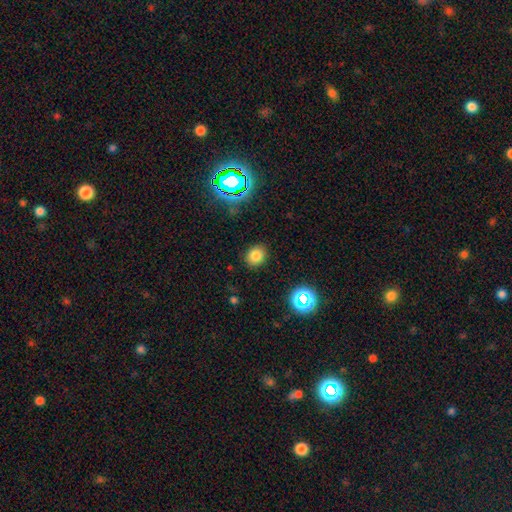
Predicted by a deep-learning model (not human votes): Q: Smooth or featured?
A: smooth (77%); runner-up: star or artifact (16%)
Q: How rounded?
A: round (67%); runner-up: in between (32%)
Q: Merging?
A: none (87%); runner-up: minor disturbance (9%)